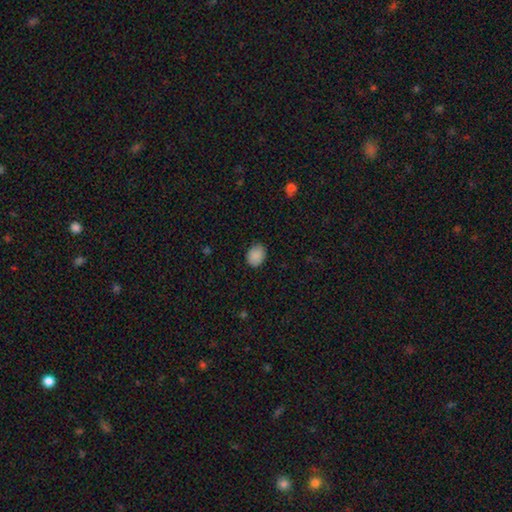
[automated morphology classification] Overall: smooth (89%). How rounded: in between (53%; round 46%). Merging: none (81%).